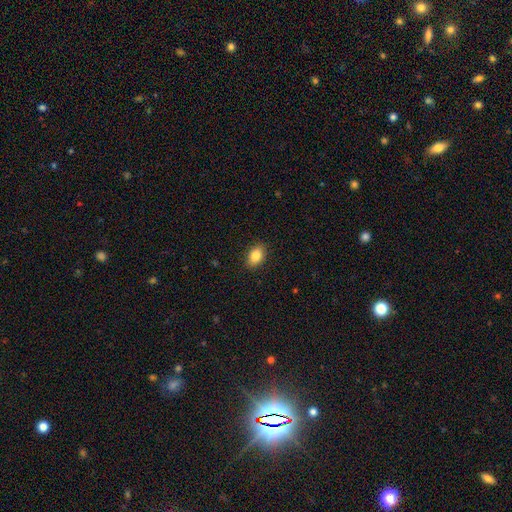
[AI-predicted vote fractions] Smooth or featured: smooth — 84% (star or artifact — 8%)
How rounded: in between — 84% (round — 14%)
Merging: none — 88% (minor disturbance — 9%)